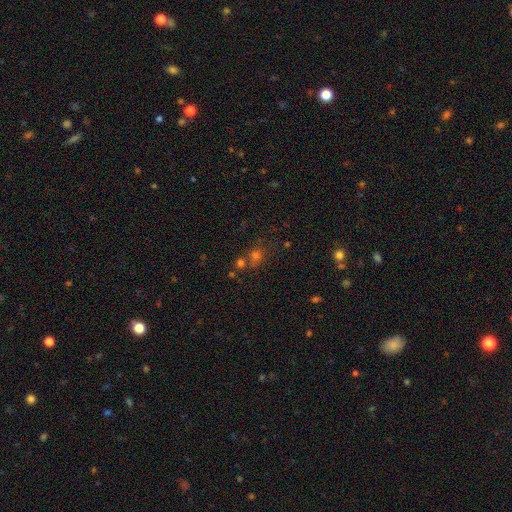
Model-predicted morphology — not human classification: A smooth galaxy with no disk features (55%) that is round (81%). Merging: none (57%).